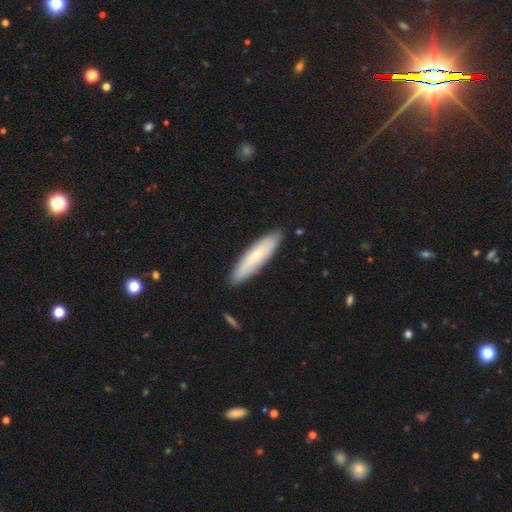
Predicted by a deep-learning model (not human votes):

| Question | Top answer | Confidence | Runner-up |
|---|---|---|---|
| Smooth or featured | smooth | 69% | featured or disk (26%) |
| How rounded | cigar-shaped | 77% | in between (22%) |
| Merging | none | 88% | minor disturbance (10%) |